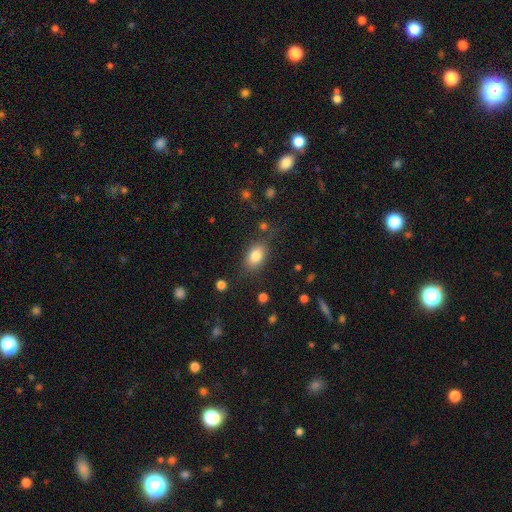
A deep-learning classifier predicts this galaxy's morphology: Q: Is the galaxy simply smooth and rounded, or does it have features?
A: smooth — 81%.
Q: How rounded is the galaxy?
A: in between — 81%.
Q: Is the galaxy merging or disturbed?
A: none — 76%.